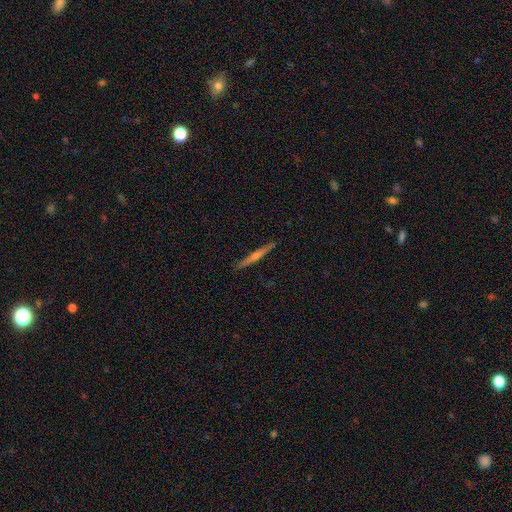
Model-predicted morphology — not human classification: Smooth or featured: featured or disk — 72% (smooth — 22%)
Edge-on disk: yes — 98% (no — 2%)
Edge-on bulge: rounded — 81% (none — 15%)
Merging: none — 92% (minor disturbance — 6%)